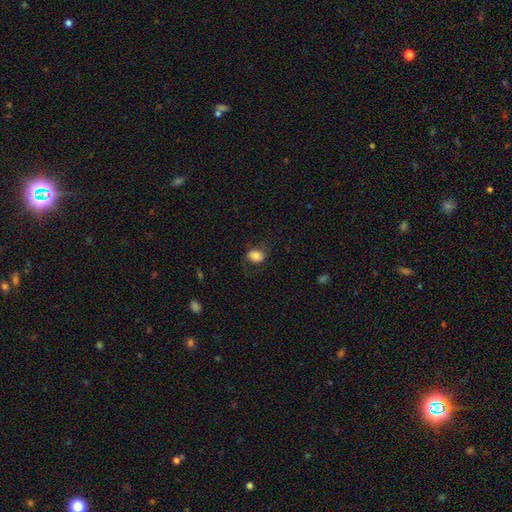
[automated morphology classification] A smooth galaxy with no disk features (78%) that is in between round and cigar-shaped (58%).

Vote fractions:
- Smooth or featured? smooth: 78% / featured or disk: 13% / star or artifact: 9%
- How rounded? in between: 58% / round: 41% / cigar-shaped: 1%
- Merging? none: 67% / minor disturbance: 20% / major disturbance: 12% / merger: 1%